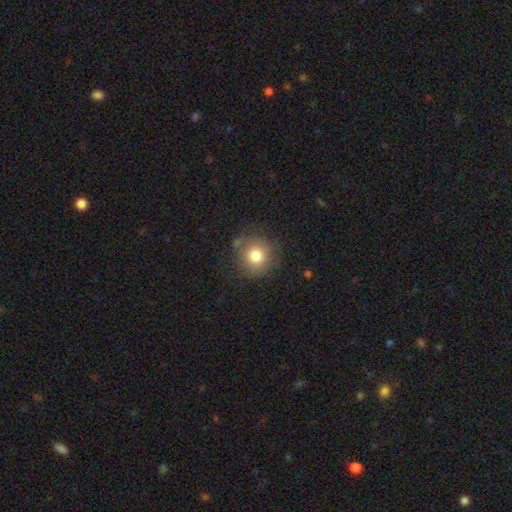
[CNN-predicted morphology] This is likely a smooth galaxy (79%). How rounded: clearly round (91%). Merging: likely none (79%).